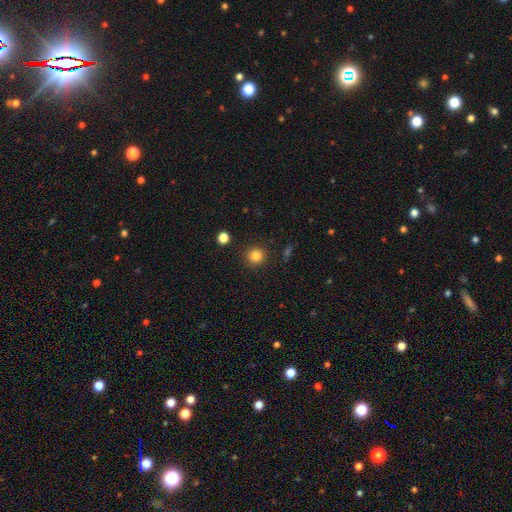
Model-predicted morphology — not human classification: Smooth or featured? smooth (83%)
How rounded? round (93%)
Merging? none (90%)